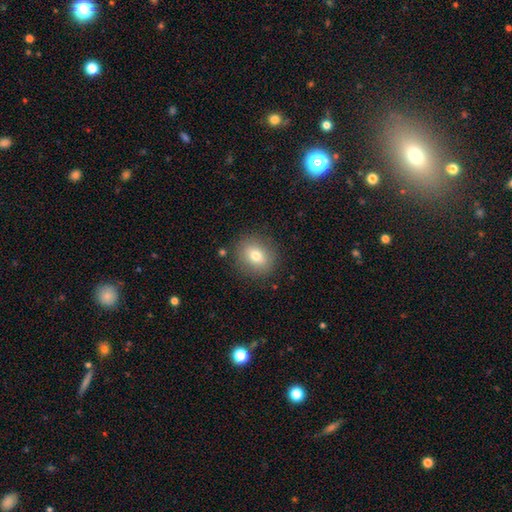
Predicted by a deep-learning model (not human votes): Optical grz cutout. It shows a smooth galaxy with no disk features (74%) that is round (70%). Merging: none (87%).